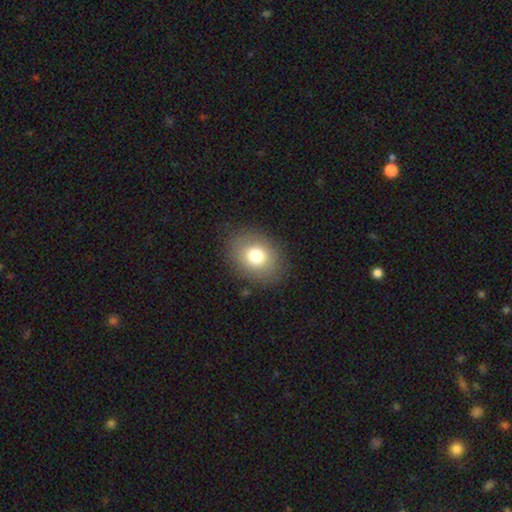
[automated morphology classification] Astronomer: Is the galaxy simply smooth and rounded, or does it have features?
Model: smooth — 77%.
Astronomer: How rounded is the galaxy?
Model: in between — 55% (runner-up: round, 44%).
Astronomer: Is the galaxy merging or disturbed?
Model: none — 84%.